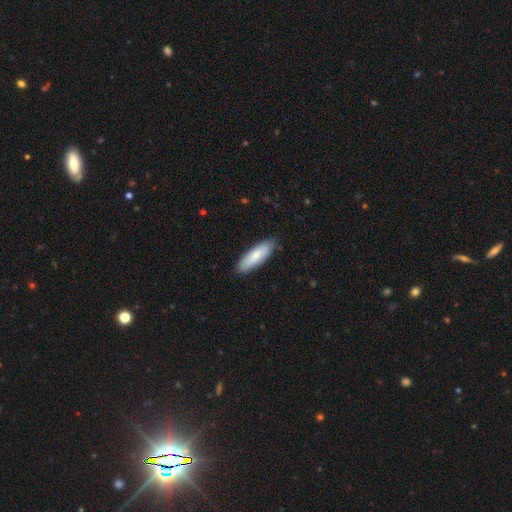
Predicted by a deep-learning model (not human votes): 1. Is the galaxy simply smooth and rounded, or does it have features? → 81% smooth, 14% featured or disk, 5% star or artifact.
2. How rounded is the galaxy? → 54% in between, 45% cigar-shaped, 1% round.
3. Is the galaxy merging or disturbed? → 84% none, 13% minor disturbance, 2% major disturbance, 1% merger.